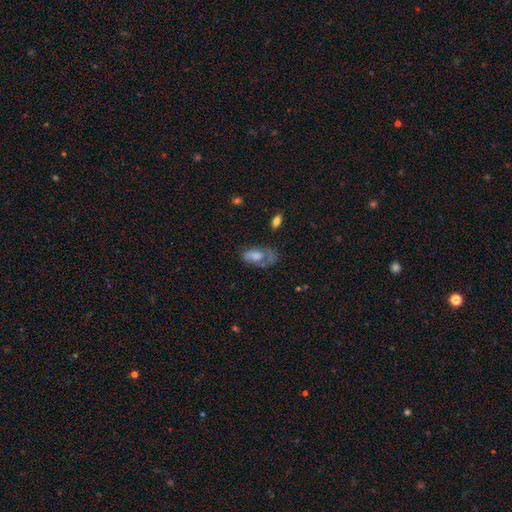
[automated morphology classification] Q: Smooth or featured?
A: featured or disk (45%); runner-up: smooth (42%)
Q: Merging?
A: none (43%); runner-up: major disturbance (28%)